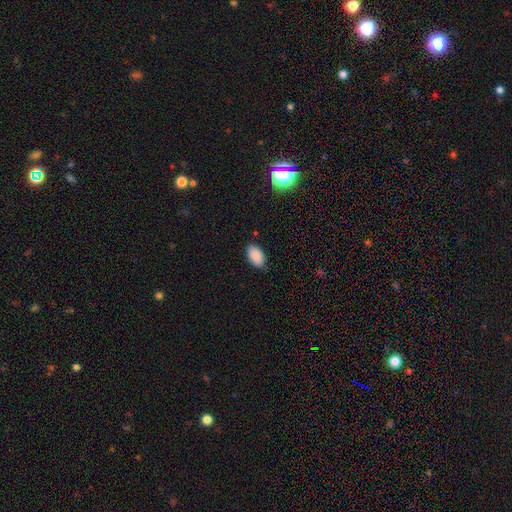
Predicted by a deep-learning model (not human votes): Smooth or featured?
  - smooth: 89% *
  - star or artifact: 8%
  - featured or disk: 4%
How rounded?
  - in between: 93% *
  - round: 5%
  - cigar-shaped: 1%
Merging?
  - none: 82% *
  - minor disturbance: 15%
  - major disturbance: 3%
  - merger: 1%